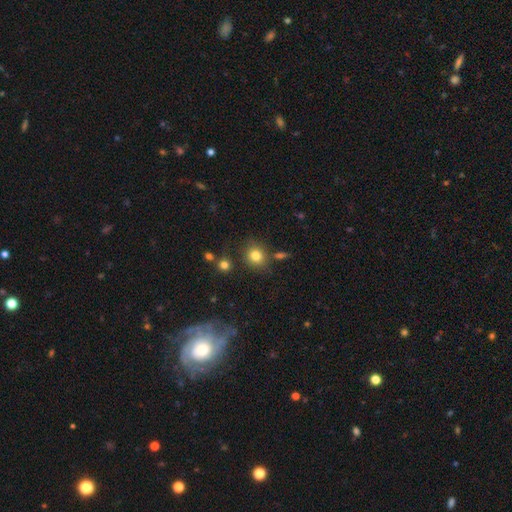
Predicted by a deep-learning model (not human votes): Smooth or featured? Predicted: smooth (p=0.81). How rounded? Predicted: round (p=0.79). Merging? Predicted: none (p=0.77).